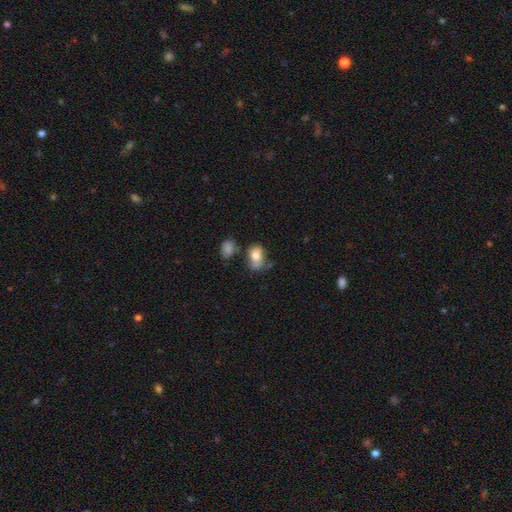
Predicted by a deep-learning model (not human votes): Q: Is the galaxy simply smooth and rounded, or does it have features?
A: smooth — 77%.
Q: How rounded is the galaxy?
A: in between — 80%.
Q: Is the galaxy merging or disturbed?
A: none — 48%.